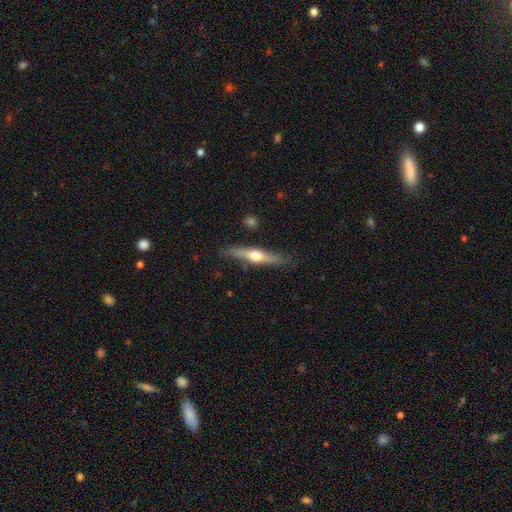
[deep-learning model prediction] Q: Smooth or featured?
A: featured or disk (60%); runner-up: smooth (34%)
Q: Edge-on disk?
A: yes (95%); runner-up: no (5%)
Q: Edge-on bulge?
A: rounded (94%); runner-up: none (4%)
Q: Merging?
A: none (83%); runner-up: minor disturbance (12%)